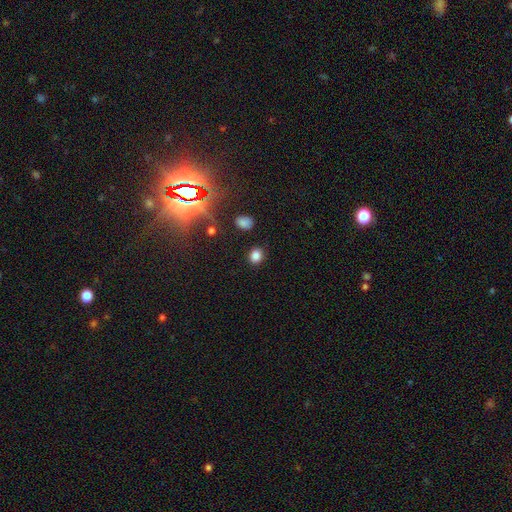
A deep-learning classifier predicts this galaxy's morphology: smooth 81%, star or artifact 14%, featured or disk 5%. Down the decision tree: how rounded — round (59%); merging — none (86%).